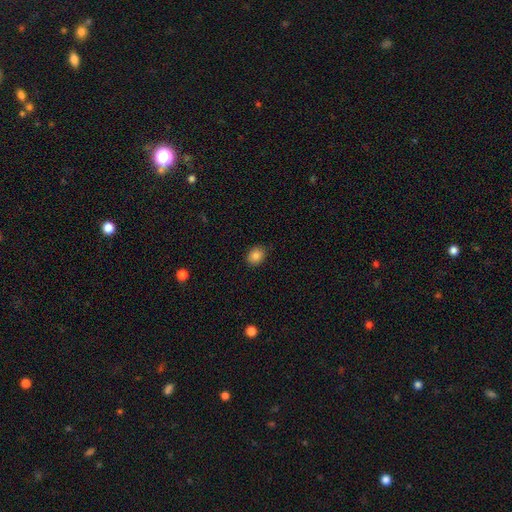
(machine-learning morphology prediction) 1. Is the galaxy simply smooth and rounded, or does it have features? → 86% smooth, 10% star or artifact, 5% featured or disk.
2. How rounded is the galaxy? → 52% in between, 47% round, 1% cigar-shaped.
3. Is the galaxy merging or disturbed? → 85% none, 12% minor disturbance, 2% major disturbance, 1% merger.